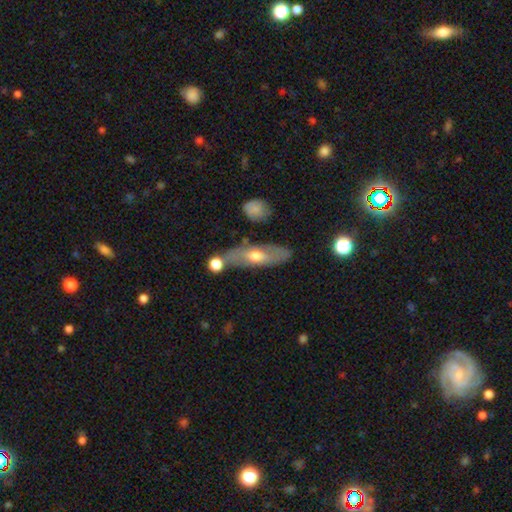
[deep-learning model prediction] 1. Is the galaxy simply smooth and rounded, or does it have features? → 48% featured or disk, 45% smooth, 7% star or artifact.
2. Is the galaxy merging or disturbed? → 71% none, 16% minor disturbance, 8% merger, 5% major disturbance.